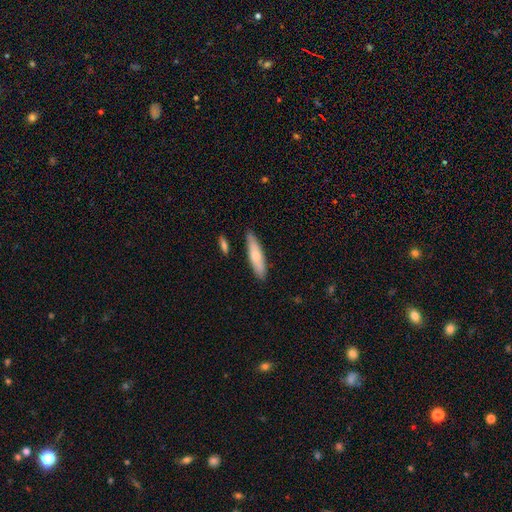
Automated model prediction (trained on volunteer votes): smooth_or_featured: smooth (p=0.70) [alt: featured or disk p=0.25]
how_rounded: cigar-shaped (p=0.76) [alt: in between p=0.23]
merging: none (p=0.84) [alt: minor disturbance p=0.11]